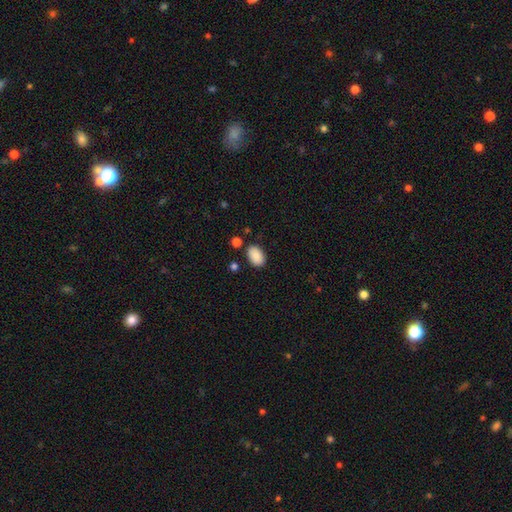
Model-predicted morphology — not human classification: smooth_or_featured: smooth (p=0.89) [alt: star or artifact p=0.07]
how_rounded: in between (p=0.90) [alt: round p=0.09]
merging: none (p=0.83) [alt: minor disturbance p=0.11]